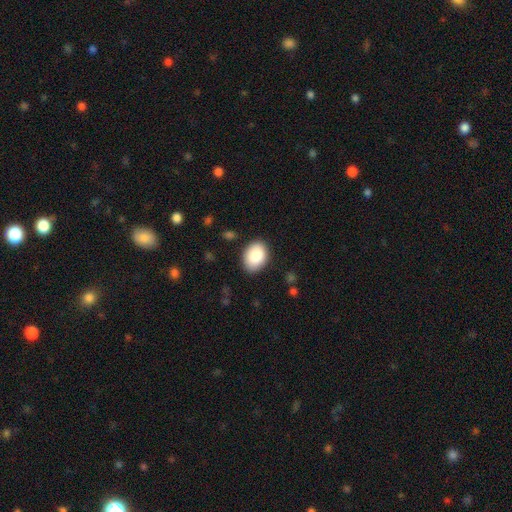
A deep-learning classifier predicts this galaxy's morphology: A smooth galaxy with no disk features (88%) that is in between round and cigar-shaped (75%). Merging: none (86%).